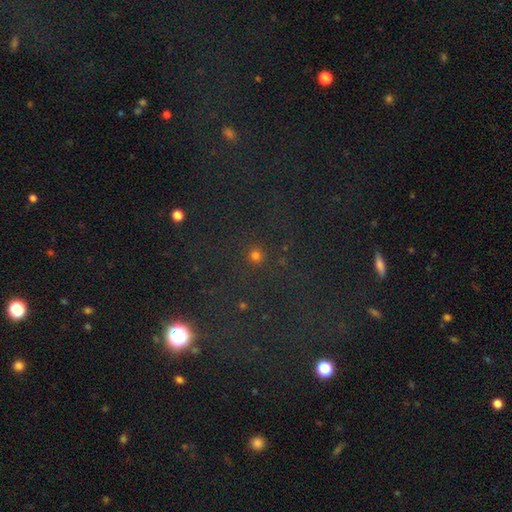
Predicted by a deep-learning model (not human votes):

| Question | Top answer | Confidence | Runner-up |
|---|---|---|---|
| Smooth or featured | smooth | 60% | star or artifact (34%) |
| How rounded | round | 92% | in between (7%) |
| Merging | none | 87% | minor disturbance (7%) |